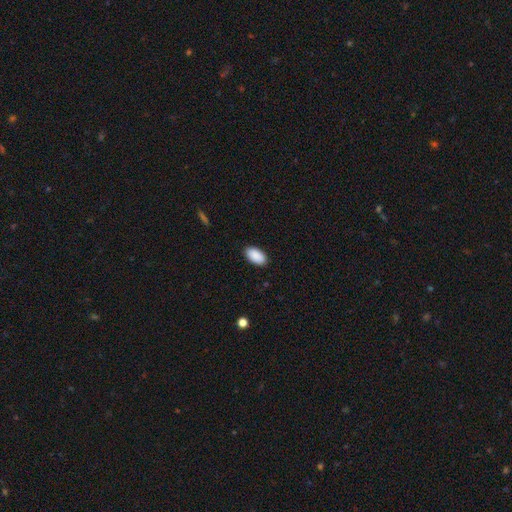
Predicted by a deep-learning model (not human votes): Smooth or featured? Predicted: smooth (p=0.90). How rounded? Predicted: in between (p=0.95). Merging? Predicted: none (p=0.89).